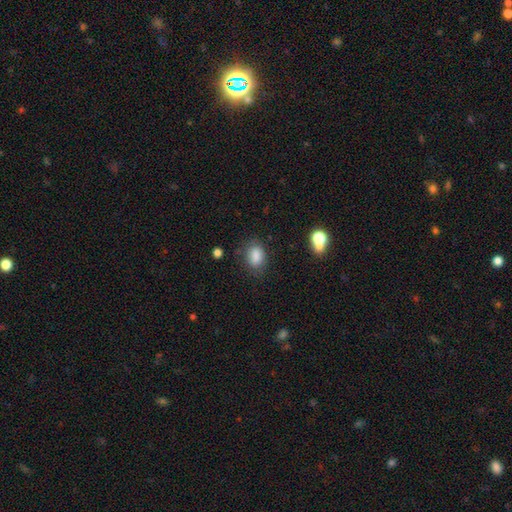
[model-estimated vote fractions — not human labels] smooth 84%, star or artifact 10%, featured or disk 6%. Down the decision tree: how rounded — in between (76%); merging — none (71%).